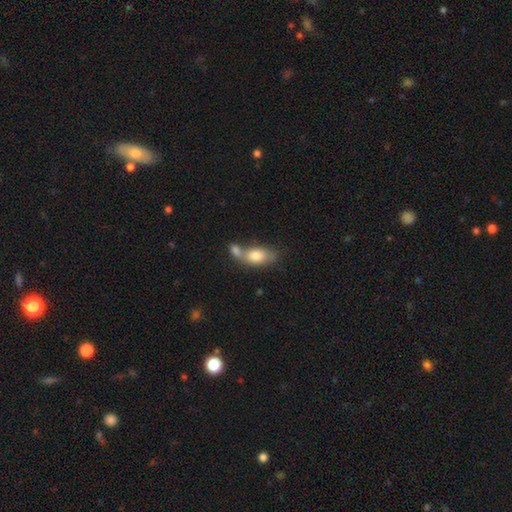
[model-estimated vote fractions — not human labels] smooth-or-featured: smooth: 77% | featured or disk: 16% | star or artifact: 7%
  how-rounded: in between: 85% | round: 9% | cigar-shaped: 6%
  merging: merger: 56% | none: 28% | minor disturbance: 11% | major disturbance: 5%